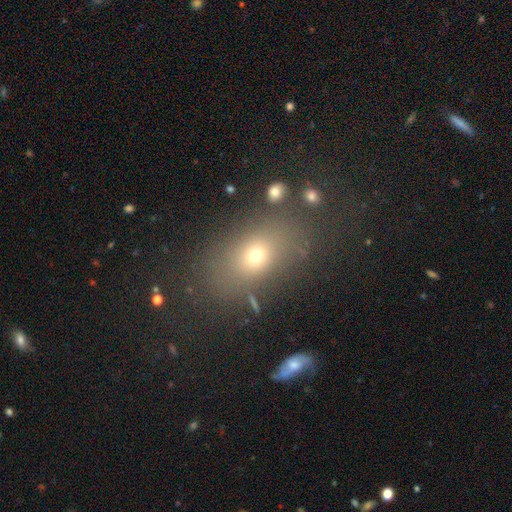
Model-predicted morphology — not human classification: Smooth or featured?
  - smooth: 67% *
  - star or artifact: 19%
  - featured or disk: 14%
How rounded?
  - in between: 70% *
  - round: 27%
  - cigar-shaped: 3%
Merging?
  - none: 76% *
  - minor disturbance: 13%
  - major disturbance: 7%
  - merger: 4%